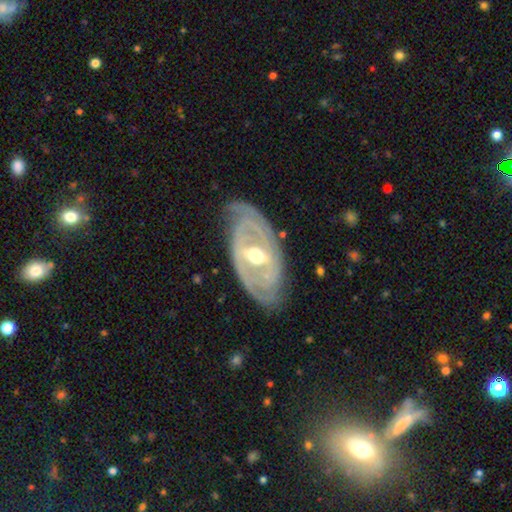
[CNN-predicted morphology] Smooth or featured?
  - featured or disk: 87% *
  - smooth: 9%
  - star or artifact: 4%
Edge-on disk?
  - no: 93% *
  - yes: 7%
Bar?
  - weak: 40% *
  - strong: 35%
  - no: 25%
Spiral arms?
  - yes: 87% *
  - no: 13%
Spiral winding?
  - tight: 69% *
  - medium: 23%
  - loose: 8%
Spiral arm count?
  - 2: 48% *
  - can't tell: 28%
  - 3: 10%
  - 1: 5%
  - 4: 4%
  - more than 4: 4%
Bulge size?
  - moderate: 75% *
  - small: 19%
  - large: 5%
  - dominant: 1%
  - none: 1%
Merging?
  - none: 72% *
  - minor disturbance: 20%
  - major disturbance: 7%
  - merger: 2%